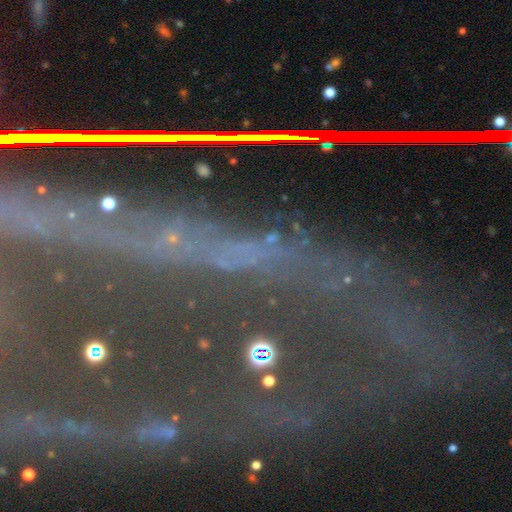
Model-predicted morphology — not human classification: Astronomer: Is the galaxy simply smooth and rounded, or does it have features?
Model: star or artifact — 77%.